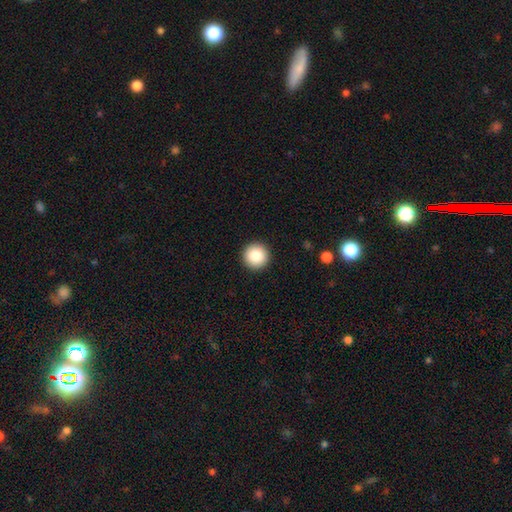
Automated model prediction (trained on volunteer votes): Q: Smooth or featured?
A: smooth (86%); runner-up: star or artifact (8%)
Q: How rounded?
A: round (96%); runner-up: in between (3%)
Q: Merging?
A: none (93%); runner-up: minor disturbance (4%)